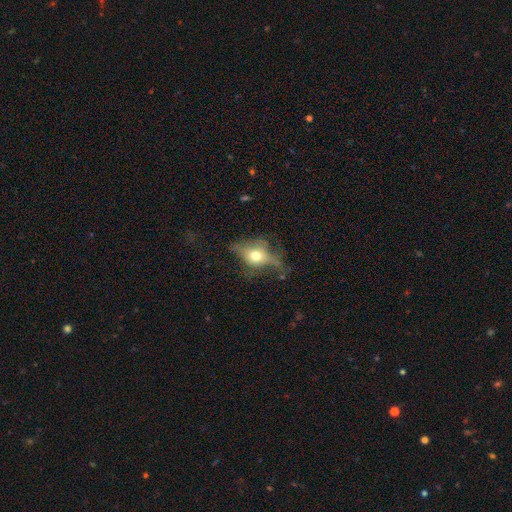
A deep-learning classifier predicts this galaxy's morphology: This is marginally a featured or disk galaxy (44%). Merging: marginally none (42%).